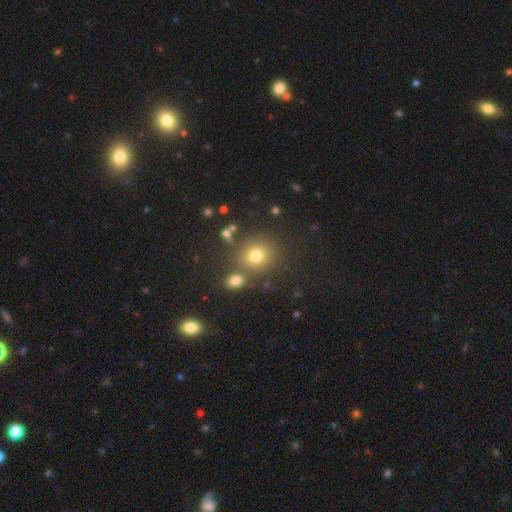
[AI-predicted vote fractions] smooth 74%, star or artifact 17%, featured or disk 9%. Down the decision tree: how rounded — round (82%); merging — none (72%).